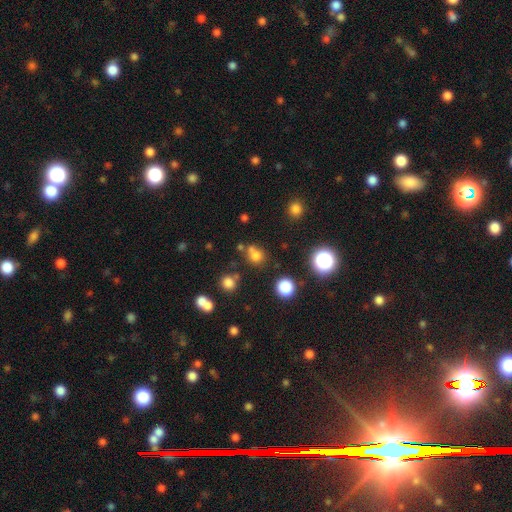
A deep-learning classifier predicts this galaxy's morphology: A smooth galaxy with no disk features (70%) that is round (80%). Merging: none (56%).